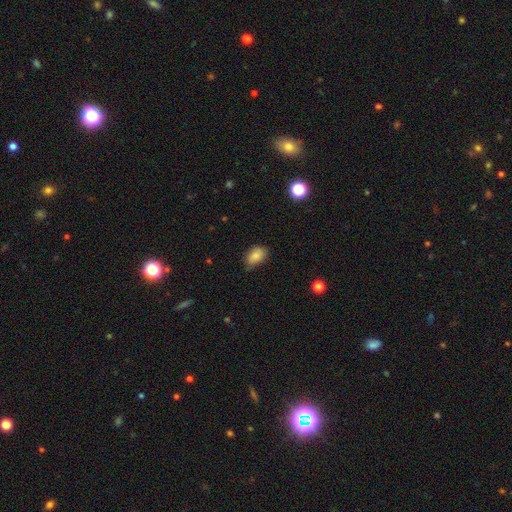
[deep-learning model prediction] A smooth galaxy with no disk features (83%) that is in between round and cigar-shaped (87%). Merging: none (63%).